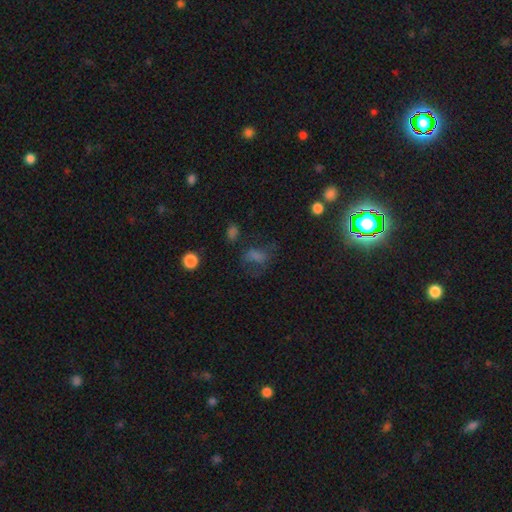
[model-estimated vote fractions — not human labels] A smooth galaxy with no disk features (45%). Merging: none (50%).